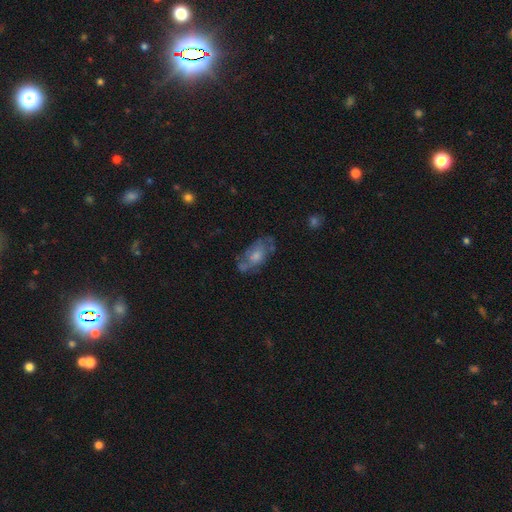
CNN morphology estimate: This appears to be a featured or disk galaxy (50%). Merging: none (49%).